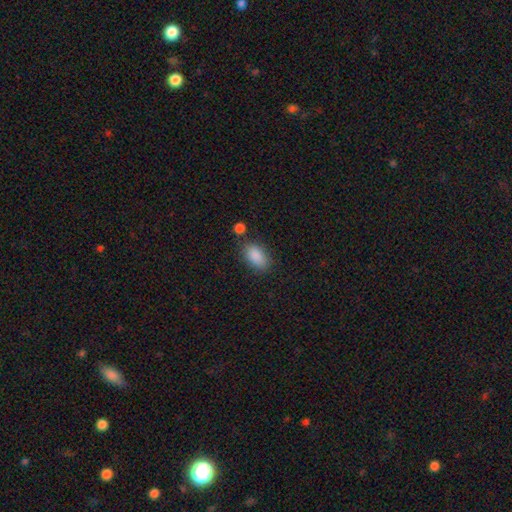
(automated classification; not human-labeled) Morphology: type=smooth (88%); roundness=in between (92%); merging=none (74%).